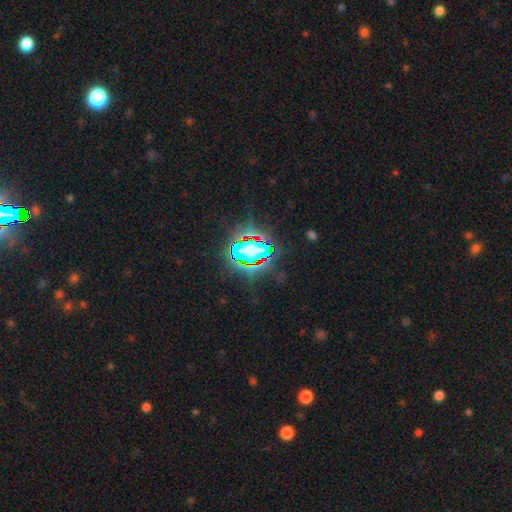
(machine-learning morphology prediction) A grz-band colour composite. It shows a star or artifact, not a galaxy (73%).